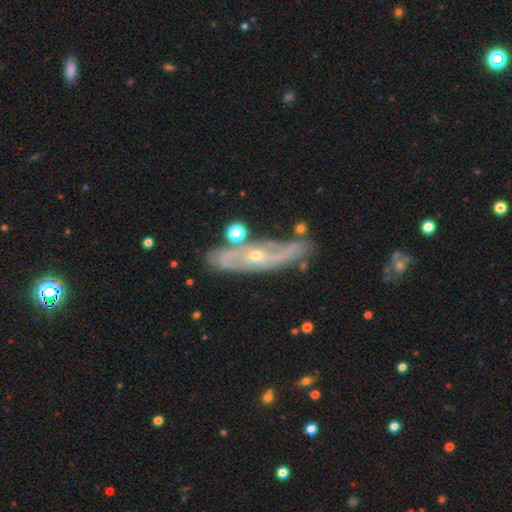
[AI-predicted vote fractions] A featured or disk galaxy (78%) with no bar (69%), spiral arms (79%) and a small central bulge (61%).

Vote fractions:
- Smooth or featured? featured or disk: 78% / smooth: 14% / star or artifact: 8%
- Edge-on disk? no: 68% / yes: 32%
- Bar? no: 69% / weak: 23% / strong: 8%
- Spiral arms? yes: 79% / no: 21%
- Bulge size? small: 61% / moderate: 35% / large: 1% / none: 1% / dominant: 1%
- Merging? none: 64% / minor disturbance: 19% / merger: 9% / major disturbance: 7%